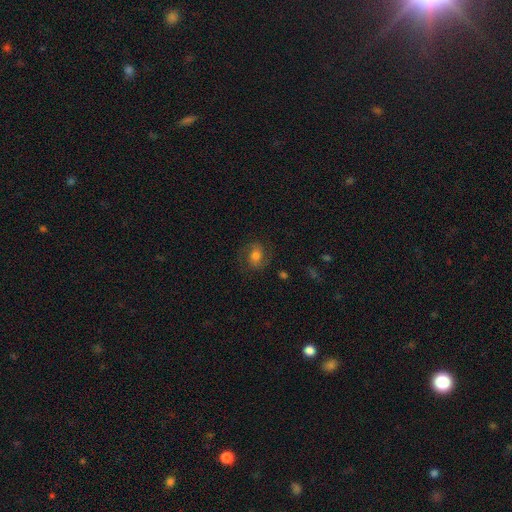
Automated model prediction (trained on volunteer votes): This is possibly a smooth galaxy (48%). Merging: likely none (75%).